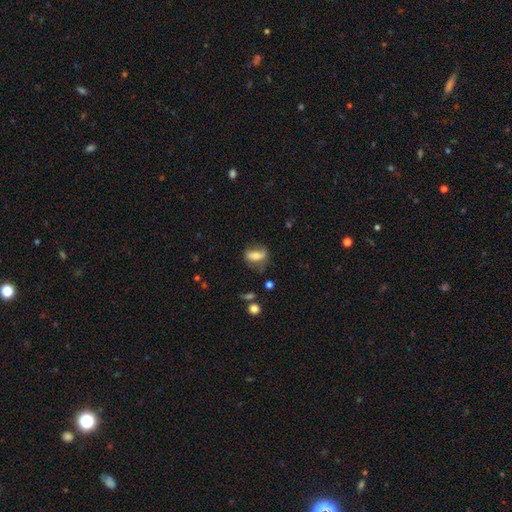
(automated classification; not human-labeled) Smooth or featured? Predicted: smooth (p=0.64). How rounded? Predicted: in between (p=0.78). Merging? Predicted: none (p=0.47).